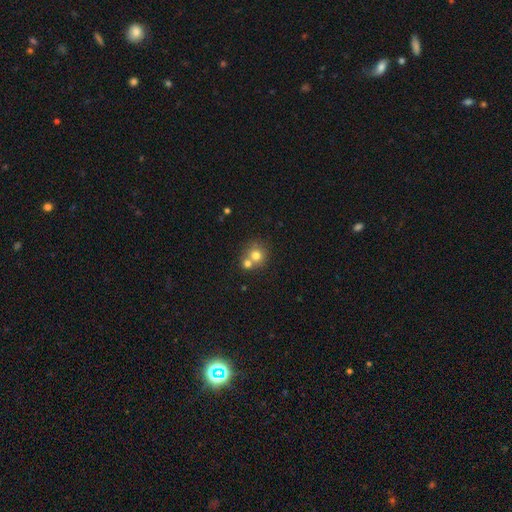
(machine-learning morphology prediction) This is likely a smooth galaxy (74%). How rounded: clearly round (88%). Merging: possibly none (49%).